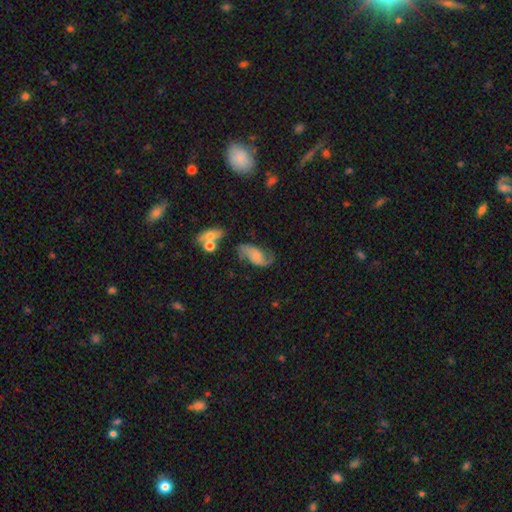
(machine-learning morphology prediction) smooth-or-featured: featured or disk: 58% | smooth: 33% | star or artifact: 9%
  disk-edge-on: no: 95% | yes: 5%
    bar: no: 61% | weak: 31% | strong: 8%
    has-spiral-arms: yes: 88% | no: 12%
    bulge-size: small: 40% | none: 32% | moderate: 20% | large: 6% | dominant: 2%
  merging: none: 50% | minor disturbance: 27% | major disturbance: 16% | merger: 7%